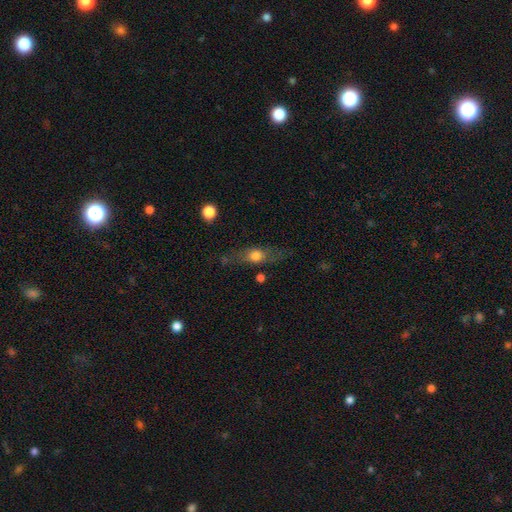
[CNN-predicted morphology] Smooth or featured? smooth (55%)
How rounded? in between (45%)
Merging? none (64%)